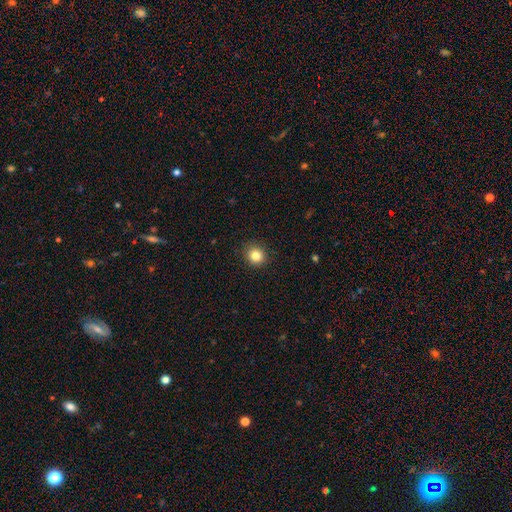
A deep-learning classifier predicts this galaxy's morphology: Overall: smooth (83%). How rounded: round (87%). Merging: none (90%).